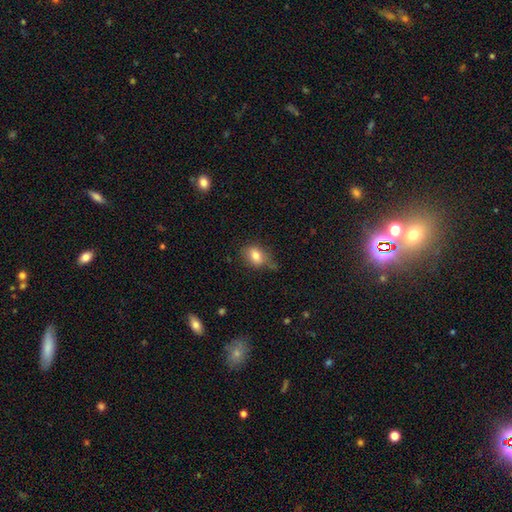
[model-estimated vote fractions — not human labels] Smooth or featured? Predicted: smooth (p=0.77). How rounded? Predicted: in between (p=0.73). Merging? Predicted: none (p=0.60).